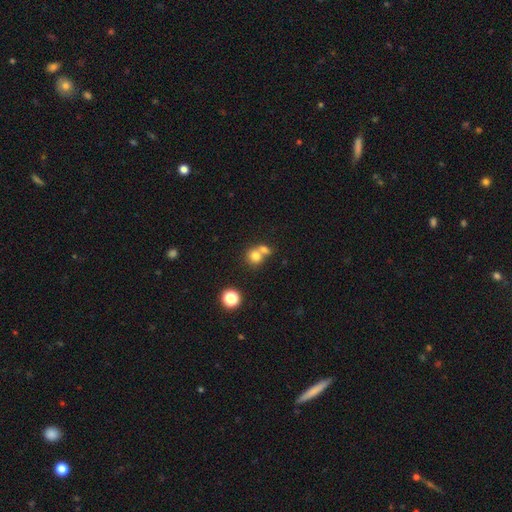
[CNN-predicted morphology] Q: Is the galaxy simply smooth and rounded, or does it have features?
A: smooth — 76%.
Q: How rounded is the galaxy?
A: round — 79%.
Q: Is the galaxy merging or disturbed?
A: merger — 55%.